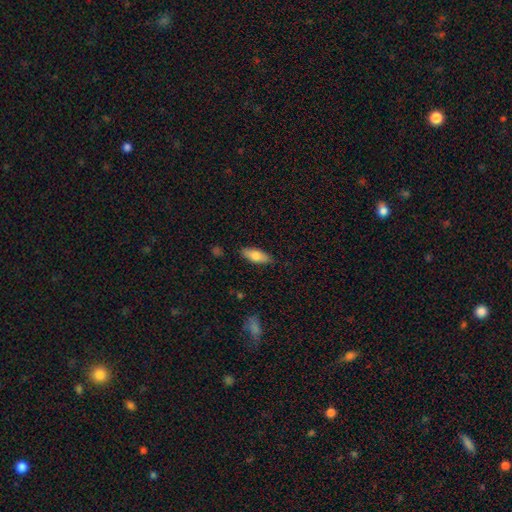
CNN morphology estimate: smooth_or_featured: smooth (p=0.75) [alt: featured or disk p=0.18]
how_rounded: in between (p=0.72) [alt: cigar-shaped p=0.26]
merging: none (p=0.86) [alt: minor disturbance p=0.10]